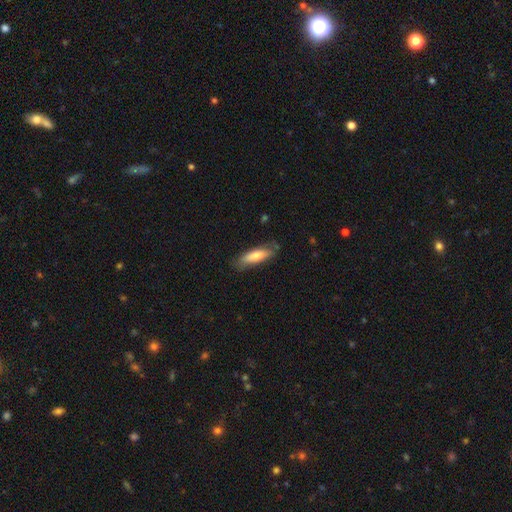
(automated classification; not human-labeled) This is likely a smooth galaxy (70%). How rounded: possibly cigar-shaped (58%). Merging: likely none (75%).